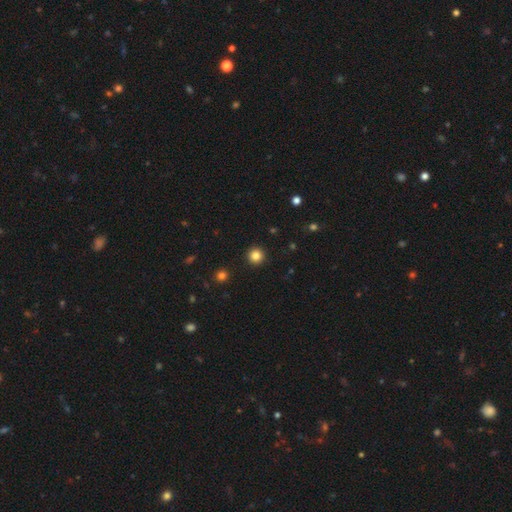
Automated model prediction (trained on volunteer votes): Smooth or featured? Predicted: smooth (p=0.83). How rounded? Predicted: round (p=0.96). Merging? Predicted: none (p=0.93).